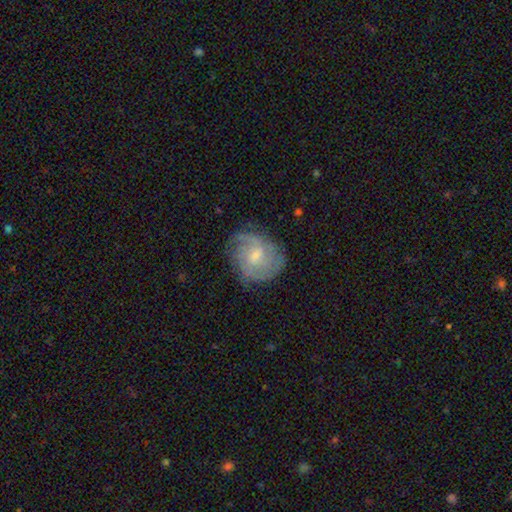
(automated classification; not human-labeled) Q: Smooth or featured?
A: featured or disk (70%); runner-up: smooth (23%)
Q: Edge-on disk?
A: no (98%); runner-up: yes (2%)
Q: Bar?
A: weak (52%); runner-up: no (41%)
Q: Spiral arms?
A: yes (90%); runner-up: no (10%)
Q: Spiral winding?
A: tight (47%); runner-up: medium (39%)
Q: Spiral arm count?
A: can't tell (36%); runner-up: 2 (28%)
Q: Bulge size?
A: small (52%); runner-up: moderate (39%)
Q: Merging?
A: none (69%); runner-up: minor disturbance (21%)